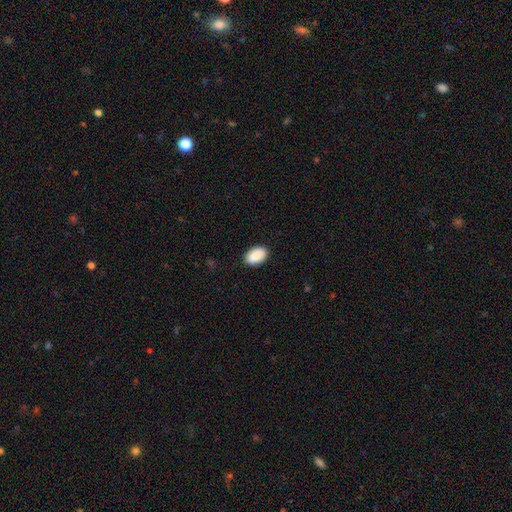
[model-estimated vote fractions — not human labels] Smooth or featured?
  - smooth: 91% *
  - star or artifact: 6%
  - featured or disk: 3%
How rounded?
  - in between: 93% *
  - round: 6%
  - cigar-shaped: 1%
Merging?
  - none: 89% *
  - minor disturbance: 8%
  - major disturbance: 2%
  - merger: 1%